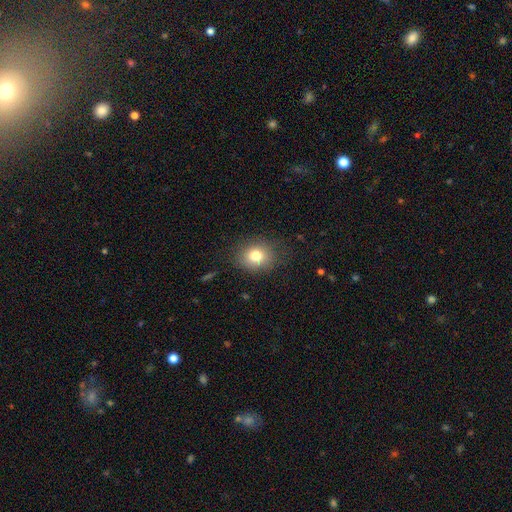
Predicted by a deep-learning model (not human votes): A smooth galaxy with no disk features (78%) that is round (61%).

Vote fractions:
- Smooth or featured? smooth: 78% / star or artifact: 12% / featured or disk: 10%
- How rounded? round: 61% / in between: 39% / cigar-shaped: 1%
- Merging? none: 81% / minor disturbance: 13% / major disturbance: 5% / merger: 1%